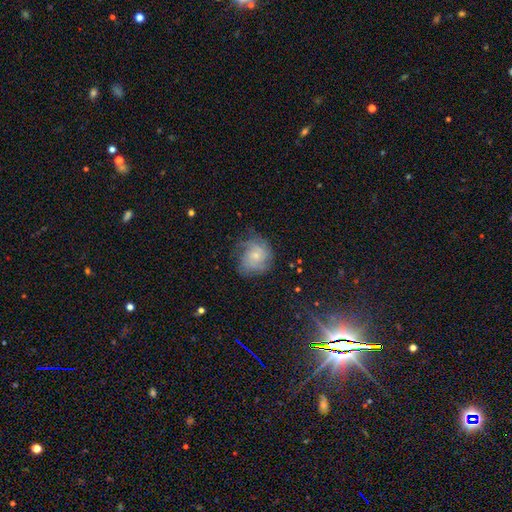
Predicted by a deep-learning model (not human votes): Smooth or featured? featured or disk (60%)
Edge-on disk? no (97%)
Bar? no (75%)
Spiral arms? yes (87%)
Spiral winding? tight (49%)
Spiral arm count? can't tell (43%)
Bulge size? small (67%)
Merging? none (61%)